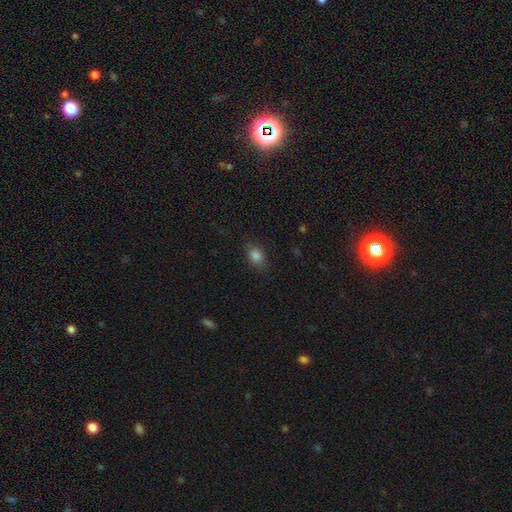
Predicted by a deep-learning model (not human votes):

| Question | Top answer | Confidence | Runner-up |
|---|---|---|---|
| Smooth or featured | smooth | 83% | star or artifact (11%) |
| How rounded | in between | 66% | round (32%) |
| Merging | none | 80% | minor disturbance (15%) |